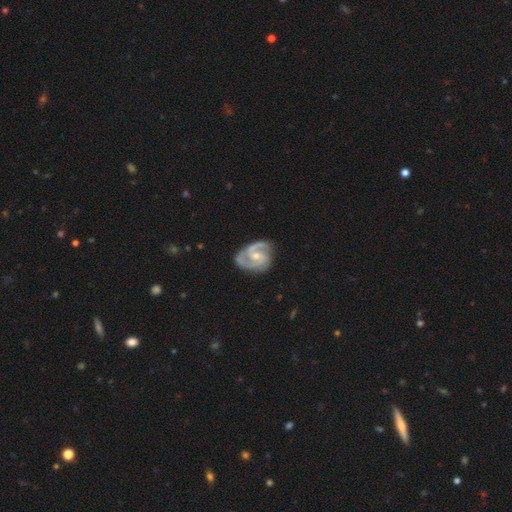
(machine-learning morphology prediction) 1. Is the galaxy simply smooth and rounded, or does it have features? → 92% featured or disk, 5% smooth, 4% star or artifact.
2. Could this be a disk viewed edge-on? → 98% no, 2% yes.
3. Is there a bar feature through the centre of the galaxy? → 50% weak, 37% no, 14% strong.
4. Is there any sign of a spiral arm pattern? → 98% yes, 2% no.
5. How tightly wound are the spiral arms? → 52% medium, 40% tight, 8% loose.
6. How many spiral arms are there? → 76% 2, 14% 3, 4% can't tell, 2% 1, 2% 4, 2% more than 4.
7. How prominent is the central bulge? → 47% small (tied), 47% moderate (tied), 4% none, 2% large, 1% dominant.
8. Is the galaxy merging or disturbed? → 70% none, 21% minor disturbance, 7% major disturbance, 2% merger.